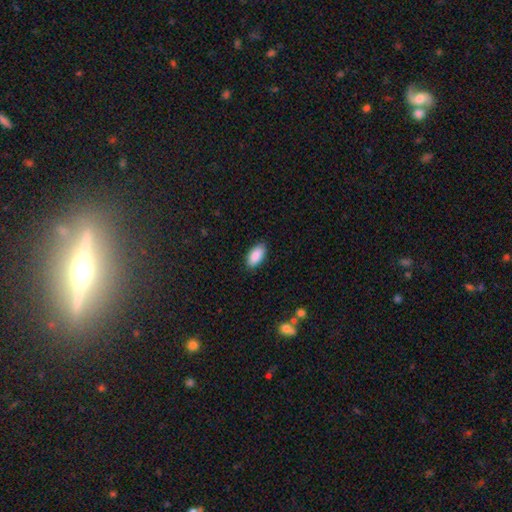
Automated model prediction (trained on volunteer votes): Smooth or featured?
  - smooth: 90% *
  - star or artifact: 6%
  - featured or disk: 4%
How rounded?
  - in between: 94% *
  - cigar-shaped: 4%
  - round: 2%
Merging?
  - none: 88% *
  - minor disturbance: 9%
  - major disturbance: 2%
  - merger: 1%